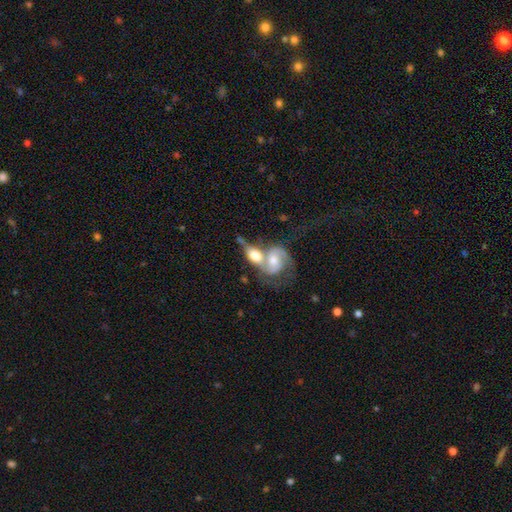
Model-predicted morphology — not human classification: Smooth or featured?
  - featured or disk: 50% *
  - smooth: 43%
  - star or artifact: 7%
Edge-on disk?
  - no: 91% *
  - yes: 9%
Merging?
  - merger: 75% *
  - none: 13%
  - minor disturbance: 6%
  - major disturbance: 6%